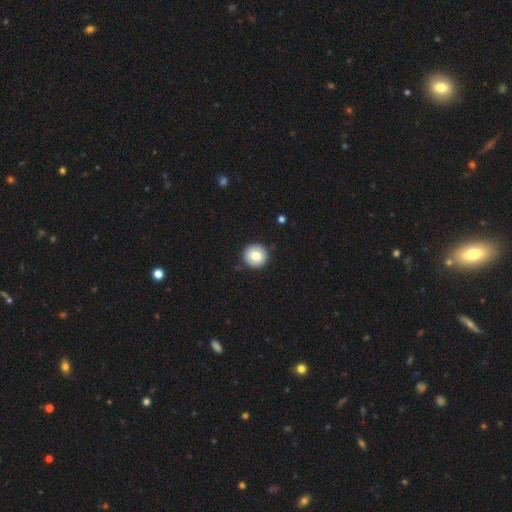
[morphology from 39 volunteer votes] Q: Smooth or featured?
A: smooth (82%); runner-up: featured or disk (10%)
Q: How rounded?
A: round (97%); runner-up: in between (3%)
Q: Merging?
A: none (86%); runner-up: minor disturbance (11%)